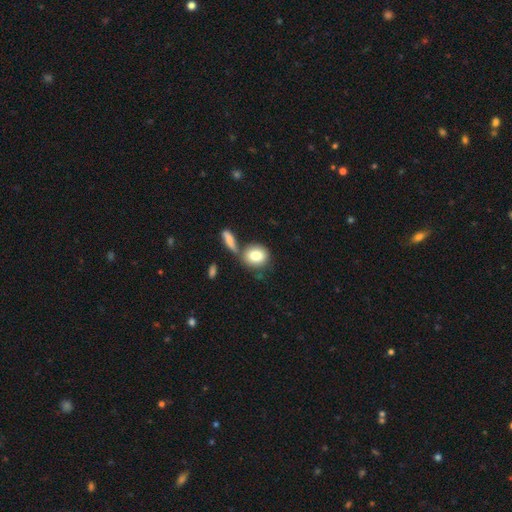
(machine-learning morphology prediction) smooth 83%, featured or disk 9%, star or artifact 7%. Down the decision tree: how rounded — round (52%); merging — none (48%).